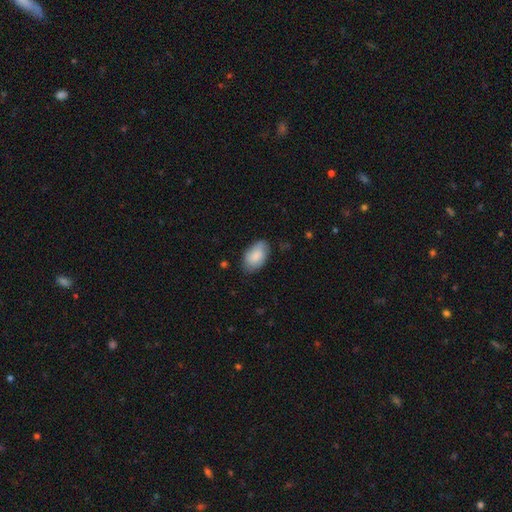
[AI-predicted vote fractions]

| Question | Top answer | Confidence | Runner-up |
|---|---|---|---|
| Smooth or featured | smooth | 77% | featured or disk (16%) |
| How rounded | in between | 93% | round (6%) |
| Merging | none | 71% | minor disturbance (23%) |